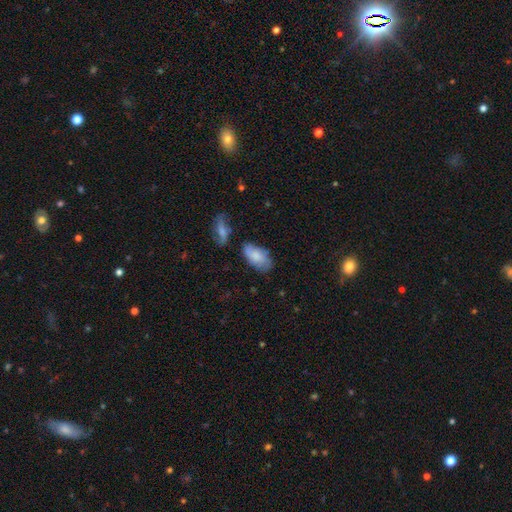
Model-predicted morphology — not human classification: The model was most divided on "merging": none: 62%, minor disturbance: 25%, major disturbance: 7%, merger: 6%. More confident: how rounded — in between (93%); smooth or featured — smooth (72%).